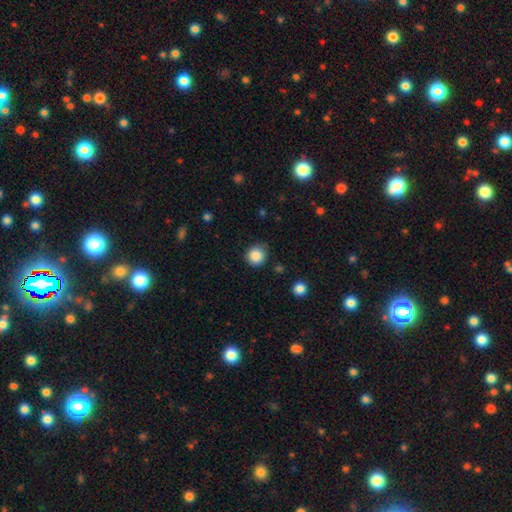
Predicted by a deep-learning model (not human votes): This appears to be a smooth galaxy with no disk features (86%) that is round (92%). Merging: none (83%).